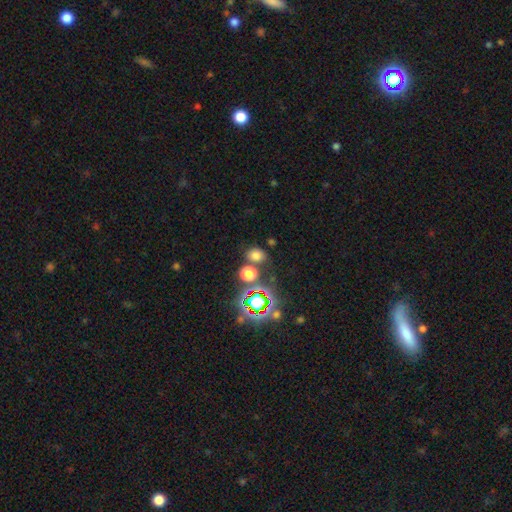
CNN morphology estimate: Smooth or featured? Predicted: smooth (p=0.66). How rounded? Predicted: round (p=0.56). Merging? Predicted: none (p=0.75).